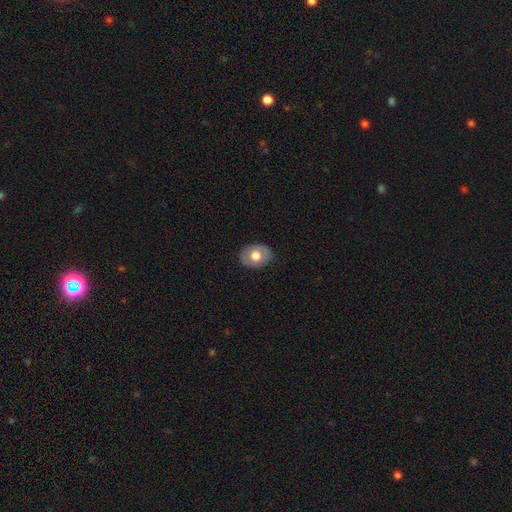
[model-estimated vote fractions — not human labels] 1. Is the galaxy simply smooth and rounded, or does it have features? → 62% smooth, 31% featured or disk, 7% star or artifact.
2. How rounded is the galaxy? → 64% in between, 35% round, 1% cigar-shaped.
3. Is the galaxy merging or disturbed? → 82% none, 13% minor disturbance, 3% major disturbance, 1% merger.